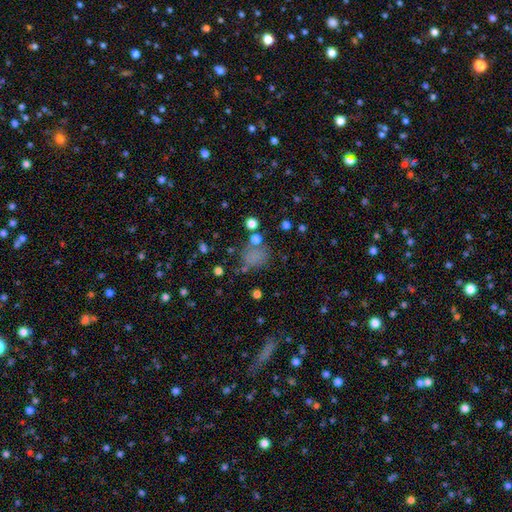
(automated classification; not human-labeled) Smooth or featured? smooth (69%)
How rounded? round (73%)
Merging? none (61%)